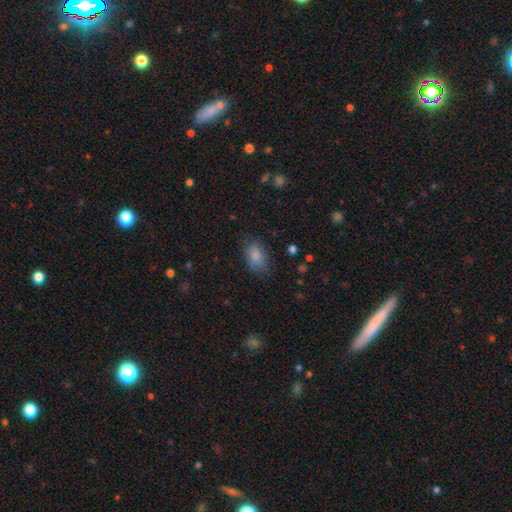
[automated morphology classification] Smooth or featured? smooth (84%)
How rounded? in between (87%)
Merging? none (73%)